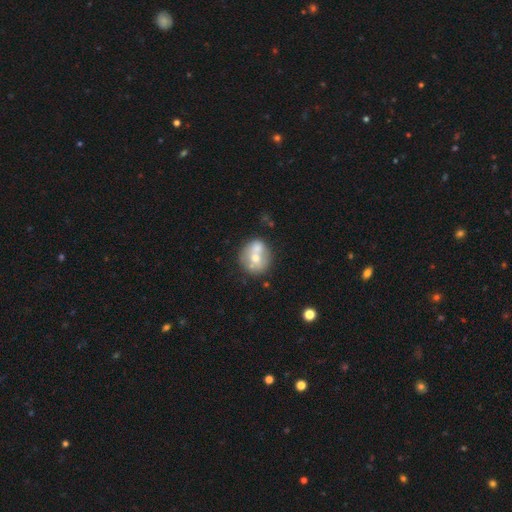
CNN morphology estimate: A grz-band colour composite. It shows a smooth galaxy with no disk features (56%) that is round (82%). Merging: none (47%).